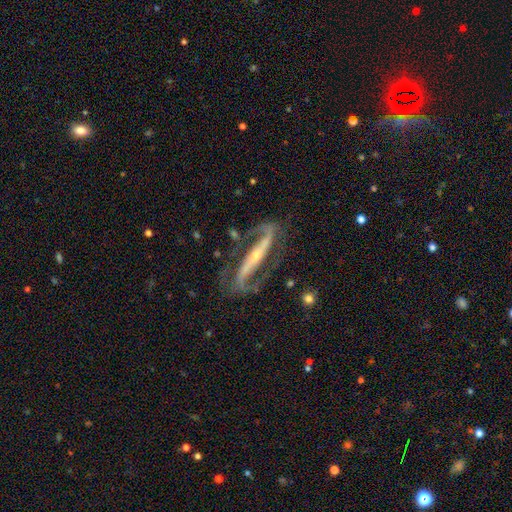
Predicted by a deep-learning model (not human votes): featured or disk 91%, star or artifact 4%, smooth 4%. Down the decision tree: edge-on disk — no (86%); bar — strong (72%); spiral arms — yes (97%); spiral arm count — 2 (93%); spiral winding — medium (48%); bulge size — small (70%); merging — none (75%).